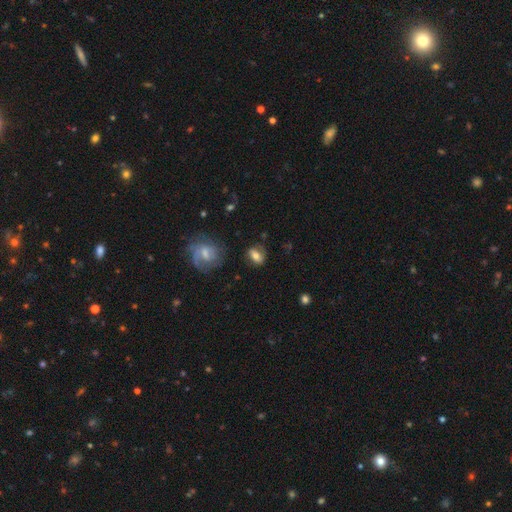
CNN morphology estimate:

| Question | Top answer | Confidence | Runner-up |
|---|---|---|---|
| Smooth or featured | smooth | 66% | featured or disk (24%) |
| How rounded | in between | 74% | round (23%) |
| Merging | none | 72% | minor disturbance (18%) |